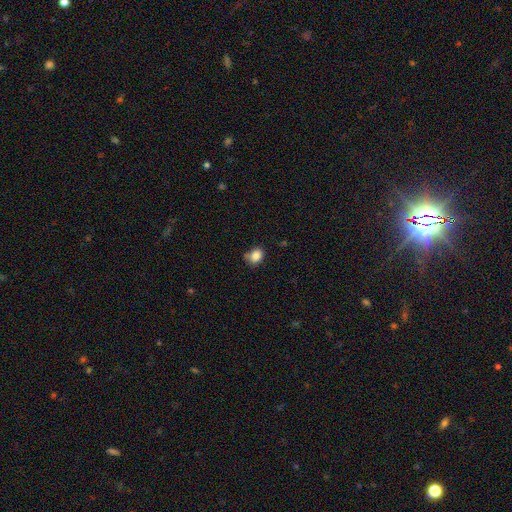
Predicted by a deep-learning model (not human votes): Smooth or featured?
  - smooth: 85% *
  - star or artifact: 10%
  - featured or disk: 5%
How rounded?
  - in between: 50% *
  - round: 49%
  - cigar-shaped: 1%
Merging?
  - none: 62% *
  - minor disturbance: 27%
  - major disturbance: 6%
  - merger: 5%